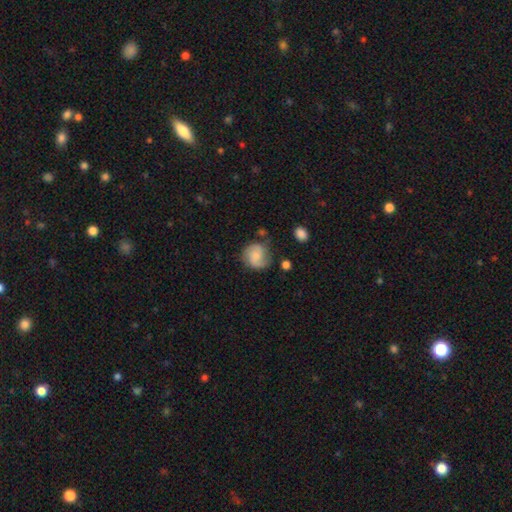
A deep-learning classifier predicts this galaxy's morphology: The model was most divided on "smooth or featured": smooth: 48%, featured or disk: 44%, star or artifact: 8%. More confident: merging — none (63%).